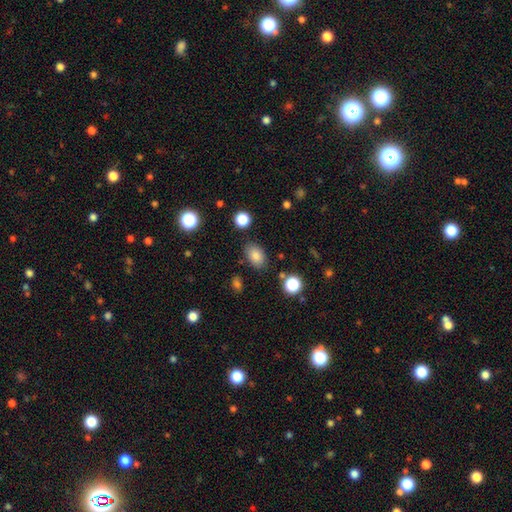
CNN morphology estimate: smooth_or_featured: smooth (p=0.83) [alt: star or artifact p=0.10]
how_rounded: in between (p=0.84) [alt: round p=0.15]
merging: none (p=0.82) [alt: minor disturbance p=0.12]